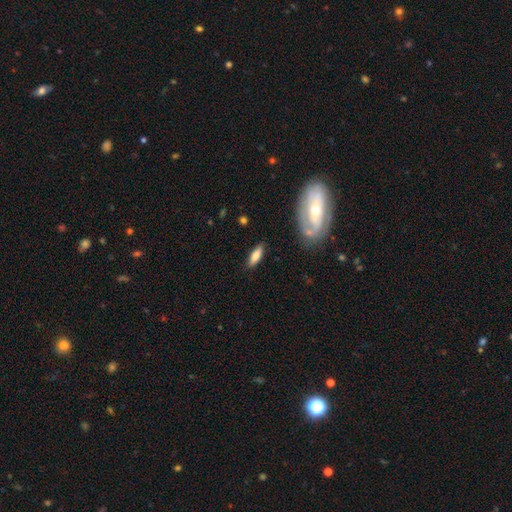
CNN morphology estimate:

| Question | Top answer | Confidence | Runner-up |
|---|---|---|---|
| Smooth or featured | smooth | 74% | featured or disk (19%) |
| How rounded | in between | 58% | cigar-shaped (40%) |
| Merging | none | 85% | minor disturbance (11%) |